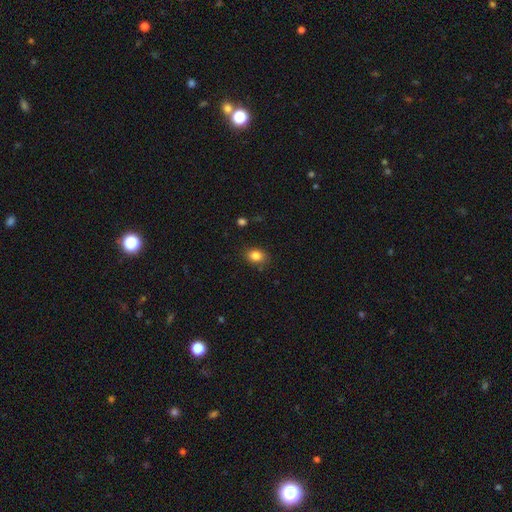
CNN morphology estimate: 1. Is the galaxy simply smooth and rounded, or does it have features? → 84% smooth, 10% star or artifact, 6% featured or disk.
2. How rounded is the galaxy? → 61% in between, 38% round, 1% cigar-shaped.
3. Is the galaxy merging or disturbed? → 83% none, 13% minor disturbance, 3% major disturbance, 2% merger.